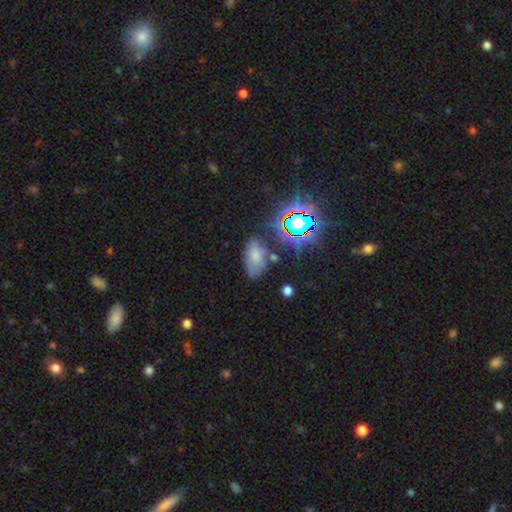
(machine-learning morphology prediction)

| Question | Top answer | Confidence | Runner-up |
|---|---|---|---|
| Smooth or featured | smooth | 60% | star or artifact (21%) |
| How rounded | in between | 91% | round (6%) |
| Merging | none | 55% | minor disturbance (26%) |